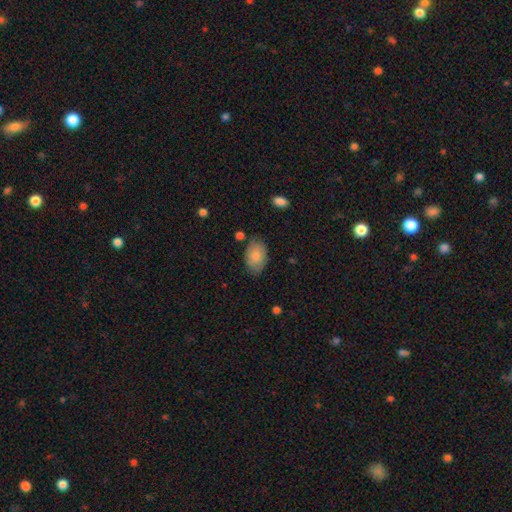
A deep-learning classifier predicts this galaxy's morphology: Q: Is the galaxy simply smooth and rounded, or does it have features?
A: smooth — 82%.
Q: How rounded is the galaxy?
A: in between — 90%.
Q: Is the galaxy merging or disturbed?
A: none — 75%.